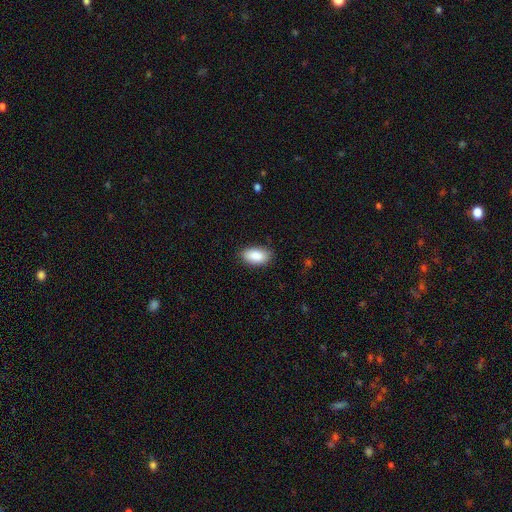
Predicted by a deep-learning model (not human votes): Q: Smooth or featured?
A: smooth (89%); runner-up: star or artifact (6%)
Q: How rounded?
A: in between (94%); runner-up: round (4%)
Q: Merging?
A: none (85%); runner-up: minor disturbance (12%)